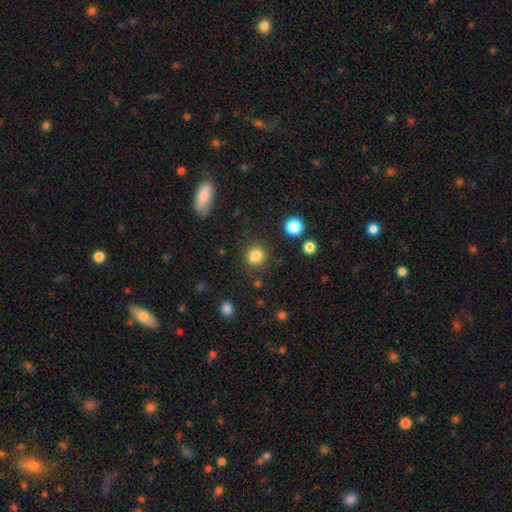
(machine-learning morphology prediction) Smooth or featured? Predicted: smooth (p=0.84). How rounded? Predicted: round (p=0.91). Merging? Predicted: none (p=0.88).